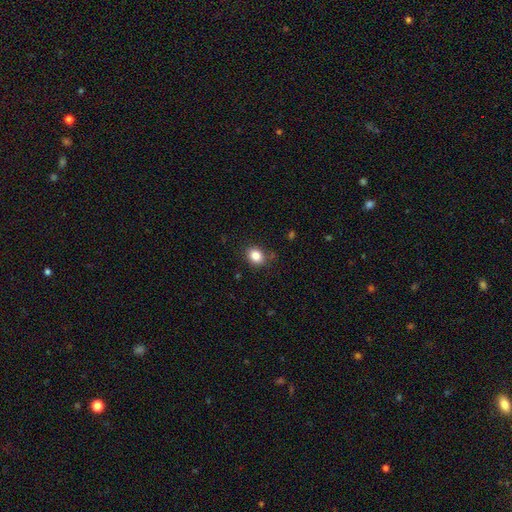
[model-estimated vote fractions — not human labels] Overall: smooth (85%). How rounded: round (54%; in between 45%). Merging: none (81%).